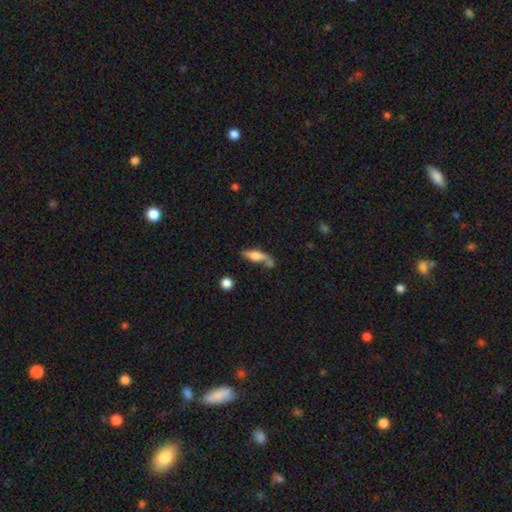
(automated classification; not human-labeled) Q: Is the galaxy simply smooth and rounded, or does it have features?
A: smooth — 64%.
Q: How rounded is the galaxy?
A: in between — 48%, tied with cigar-shaped.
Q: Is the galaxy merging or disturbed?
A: none — 48%.